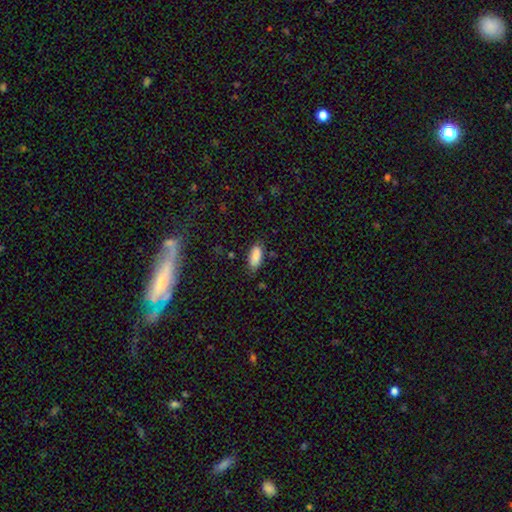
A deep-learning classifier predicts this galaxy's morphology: A smooth galaxy with no disk features (86%) that is in between round and cigar-shaped (86%). Merging: none (79%).